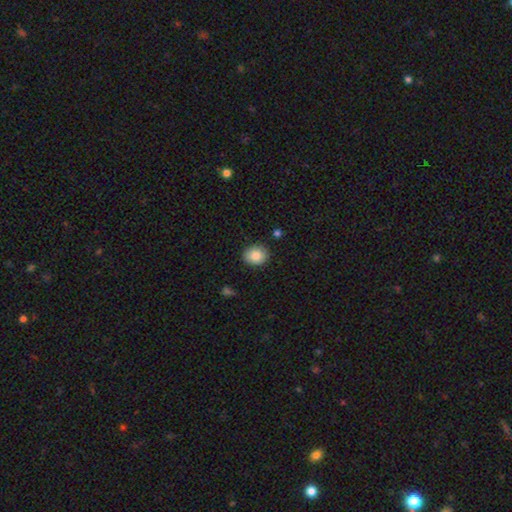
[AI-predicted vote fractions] Smooth or featured: smooth — 85% (star or artifact — 8%)
How rounded: round — 66% (in between — 33%)
Merging: none — 86% (minor disturbance — 10%)